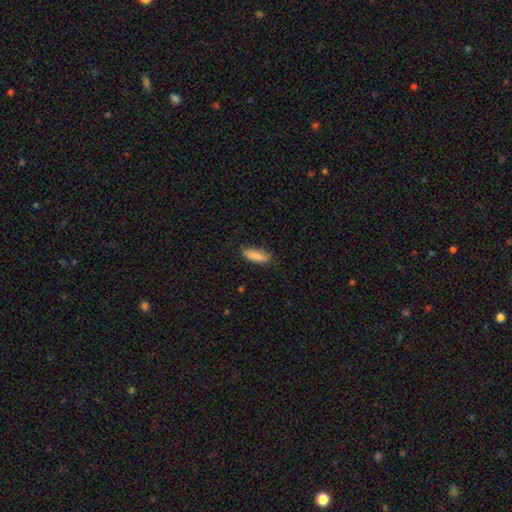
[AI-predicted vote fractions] Smooth or featured? Predicted: smooth (p=0.87). How rounded? Predicted: in between (p=0.54). Merging? Predicted: none (p=0.79).